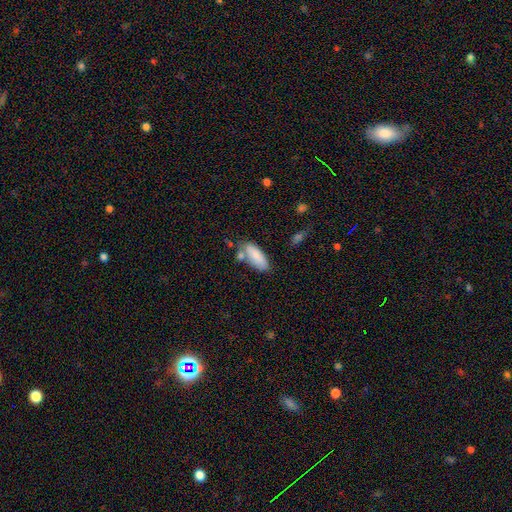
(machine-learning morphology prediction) Smooth or featured: smooth — 83% (featured or disk — 11%)
How rounded: in between — 79% (cigar-shaped — 19%)
Merging: none — 62% (minor disturbance — 19%)